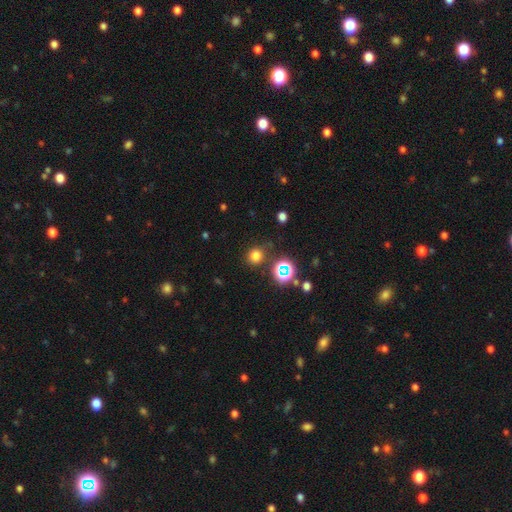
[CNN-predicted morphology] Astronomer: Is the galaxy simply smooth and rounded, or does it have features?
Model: smooth — 72%.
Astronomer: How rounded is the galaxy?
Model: round — 87%.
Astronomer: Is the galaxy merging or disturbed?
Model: none — 81%.